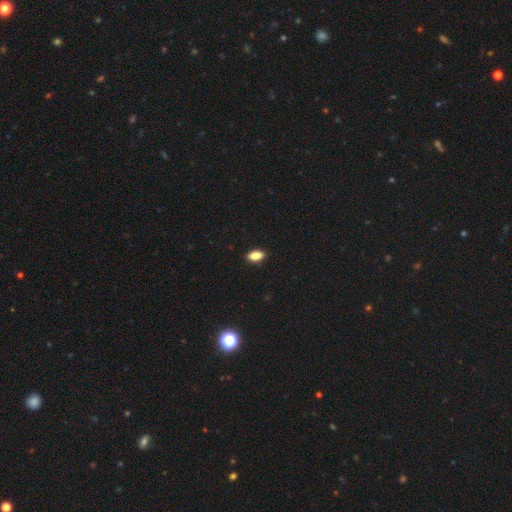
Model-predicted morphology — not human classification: Q: Smooth or featured?
A: smooth (87%); runner-up: star or artifact (8%)
Q: How rounded?
A: in between (89%); runner-up: cigar-shaped (7%)
Q: Merging?
A: none (89%); runner-up: minor disturbance (8%)